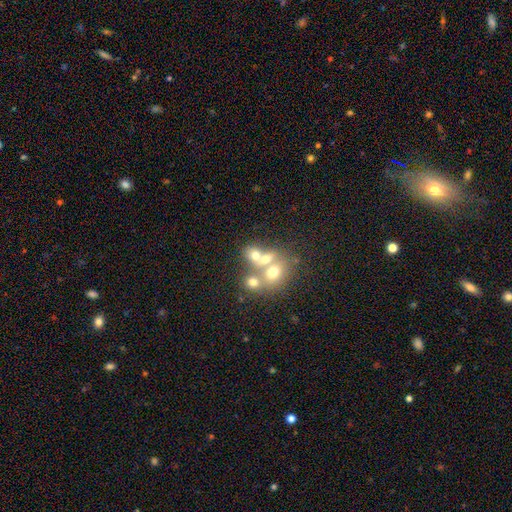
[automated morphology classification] smooth-or-featured: smooth: 61% | featured or disk: 24% | star or artifact: 16%
  how-rounded: round: 53% | in between: 46% | cigar-shaped: 2%
  merging: merger: 54% | none: 32% | minor disturbance: 8% | major disturbance: 6%